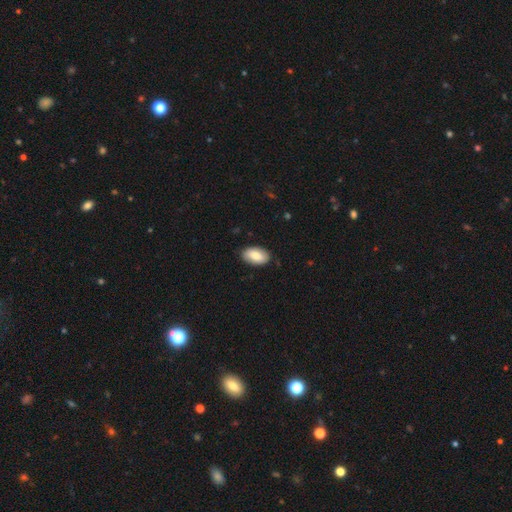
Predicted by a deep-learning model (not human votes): Morphology: type=smooth (81%); roundness=in between (94%); merging=none (86%).